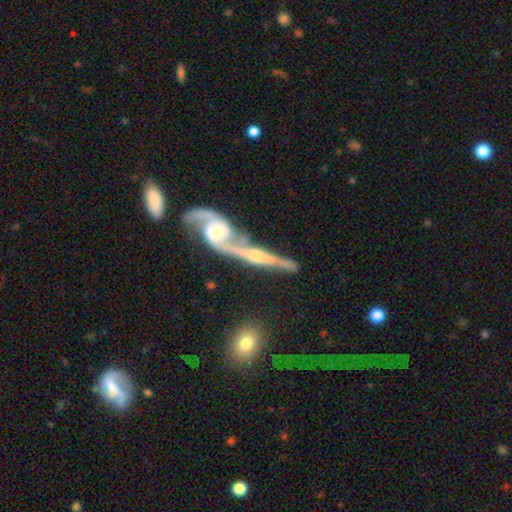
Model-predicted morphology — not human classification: smooth-or-featured: featured or disk: 86% | smooth: 9% | star or artifact: 5%
  disk-edge-on: yes: 64% | no: 36%
    edge-on-bulge: rounded: 84% | none: 9% | boxy: 8%
  merging: merger: 51% | none: 31% | minor disturbance: 11% | major disturbance: 7%